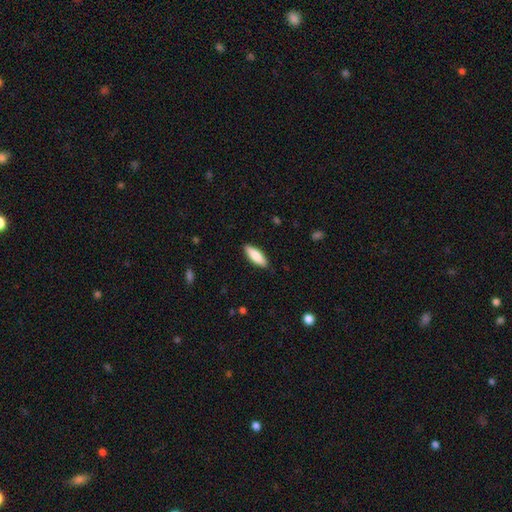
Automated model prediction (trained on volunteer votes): smooth_or_featured: smooth (p=0.82) [alt: featured or disk p=0.12]
how_rounded: in between (p=0.57) [alt: cigar-shaped p=0.41]
merging: none (p=0.88) [alt: minor disturbance p=0.09]